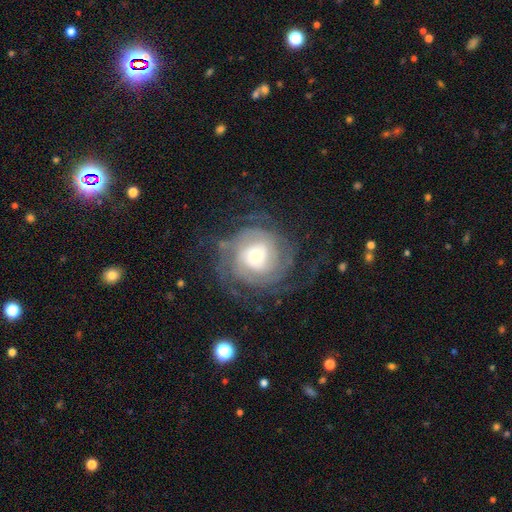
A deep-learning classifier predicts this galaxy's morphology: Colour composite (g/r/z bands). It shows a featured or disk galaxy (84%) with no bar (70%), tight (69%) spiral arms (94%) and a moderate central bulge (49%). Merging: none (69%).